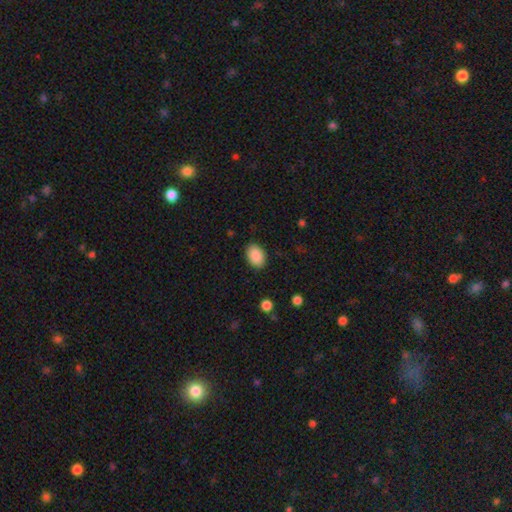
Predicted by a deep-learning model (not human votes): Smooth or featured? smooth (90%)
How rounded? in between (85%)
Merging? none (87%)